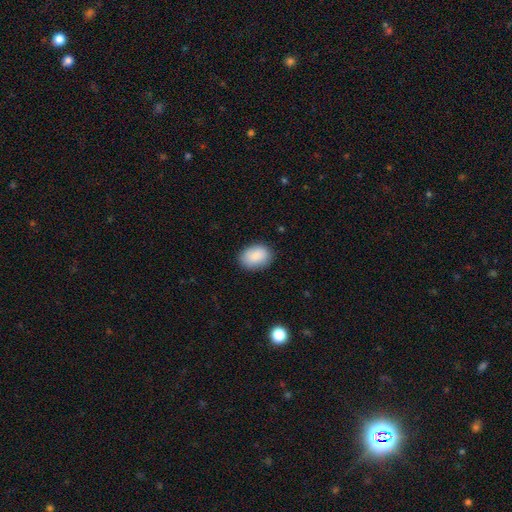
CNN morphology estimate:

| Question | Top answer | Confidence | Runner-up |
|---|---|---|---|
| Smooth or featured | smooth | 87% | star or artifact (7%) |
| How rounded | in between | 77% | round (22%) |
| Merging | none | 83% | minor disturbance (13%) |